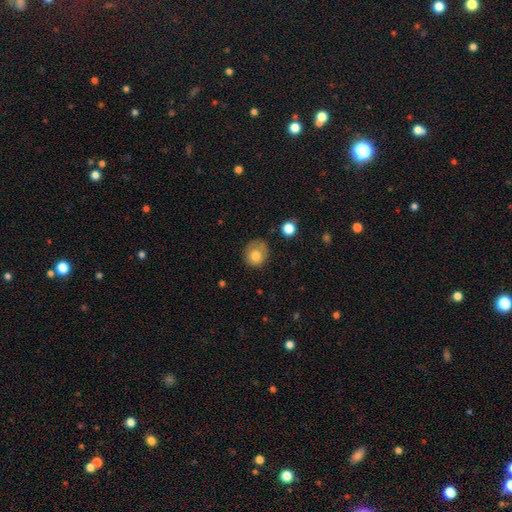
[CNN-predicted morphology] smooth_or_featured: smooth (p=0.77) [alt: featured or disk p=0.14]
how_rounded: round (p=0.79) [alt: in between p=0.21]
merging: none (p=0.58) [alt: minor disturbance p=0.28]